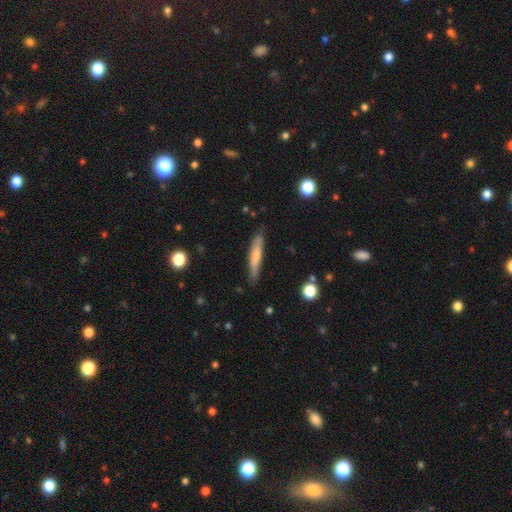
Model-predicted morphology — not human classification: Smooth or featured? smooth (59%)
How rounded? cigar-shaped (89%)
Merging? none (81%)